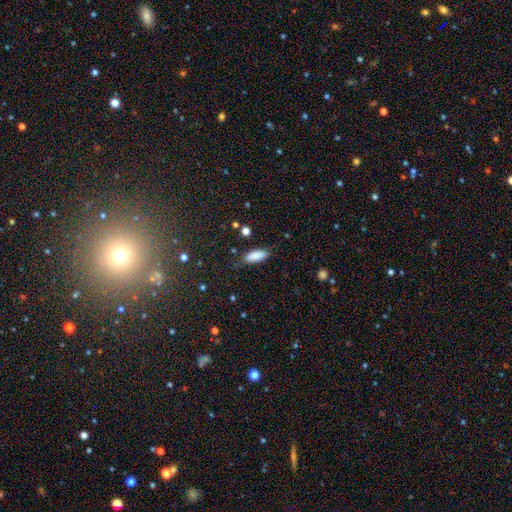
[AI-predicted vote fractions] smooth_or_featured: smooth (p=0.86) [alt: star or artifact p=0.08]
how_rounded: in between (p=0.76) [alt: cigar-shaped p=0.22]
merging: none (p=0.73) [alt: minor disturbance p=0.20]